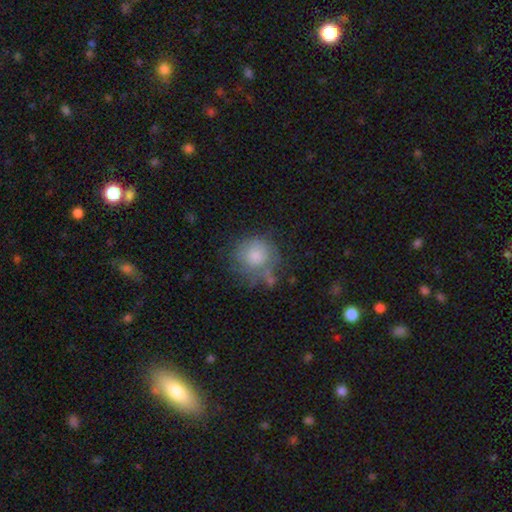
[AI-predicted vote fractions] Smooth or featured? smooth (75%)
How rounded? round (89%)
Merging? none (56%)